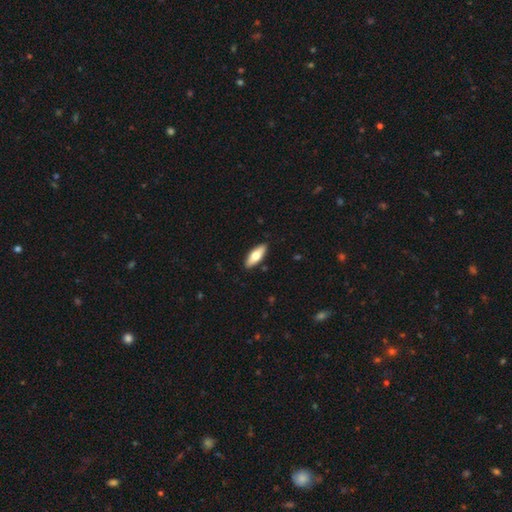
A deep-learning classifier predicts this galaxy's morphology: This appears to be a smooth galaxy with no disk features (65%) that is in between round and cigar-shaped (66%). Merging: none (90%).